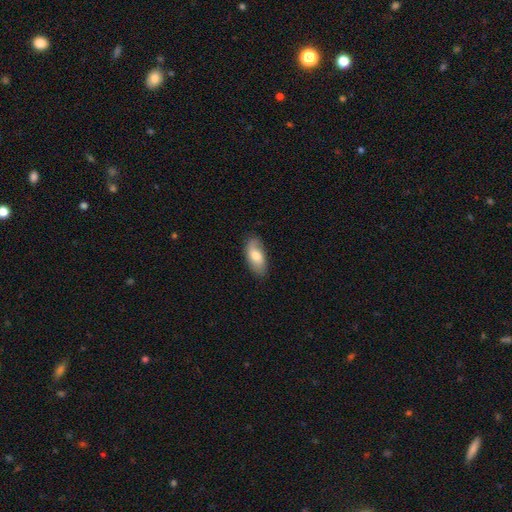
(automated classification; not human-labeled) A smooth galaxy with no disk features (69%) that is in between round and cigar-shaped (90%).

Vote fractions:
- Smooth or featured? smooth: 69% / featured or disk: 25% / star or artifact: 6%
- How rounded? in between: 90% / cigar-shaped: 7% / round: 3%
- Merging? none: 75% / minor disturbance: 19% / major disturbance: 4% / merger: 1%